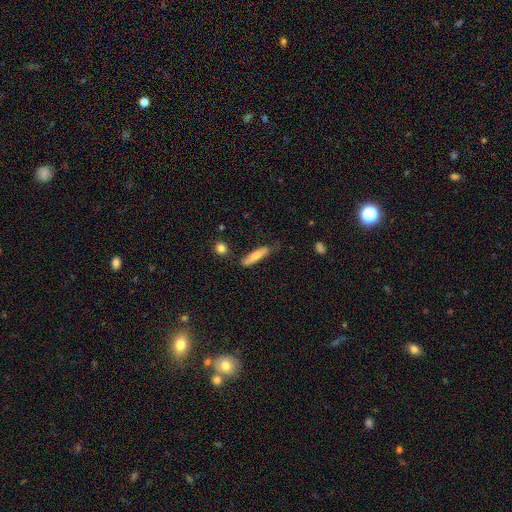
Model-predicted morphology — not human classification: A smooth galaxy with no disk features (72%) that is cigar-shaped (79%).

Vote fractions:
- Smooth or featured? smooth: 72% / featured or disk: 22% / star or artifact: 6%
- How rounded? cigar-shaped: 79% / in between: 19% / round: 2%
- Merging? none: 66% / minor disturbance: 24% / major disturbance: 6% / merger: 4%